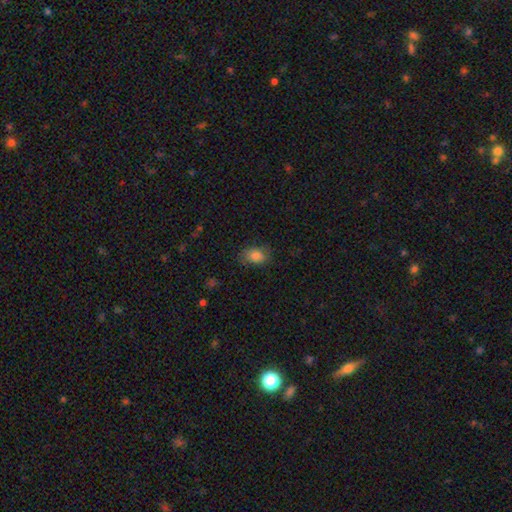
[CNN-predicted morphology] Q: Smooth or featured?
A: smooth (84%); runner-up: star or artifact (9%)
Q: How rounded?
A: in between (82%); runner-up: round (17%)
Q: Merging?
A: none (75%); runner-up: minor disturbance (19%)